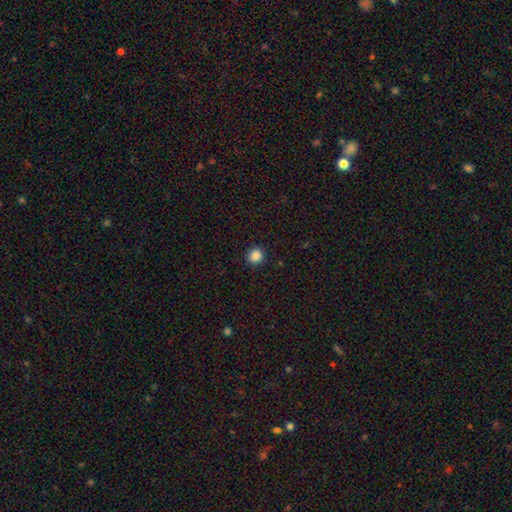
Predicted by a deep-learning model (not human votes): Smooth or featured? Predicted: smooth (p=0.86). How rounded? Predicted: round (p=0.92). Merging? Predicted: none (p=0.92).